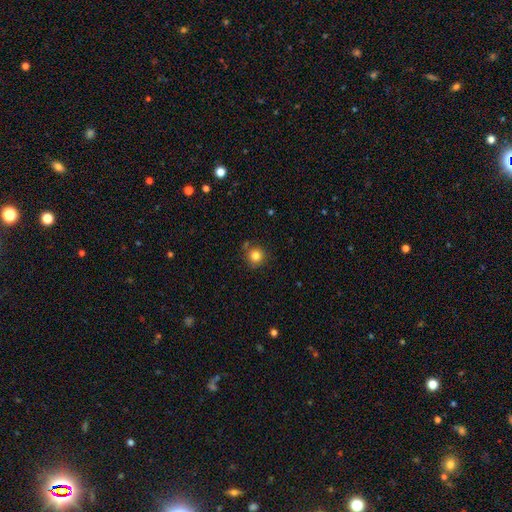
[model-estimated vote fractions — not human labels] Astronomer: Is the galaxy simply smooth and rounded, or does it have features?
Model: smooth — 83%.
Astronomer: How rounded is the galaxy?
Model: round — 91%.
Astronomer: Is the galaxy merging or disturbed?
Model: none — 79%.